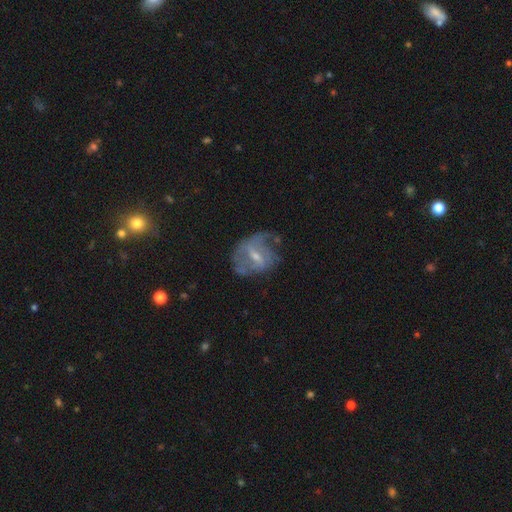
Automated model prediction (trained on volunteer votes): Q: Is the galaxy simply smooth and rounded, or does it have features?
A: featured or disk — 69%.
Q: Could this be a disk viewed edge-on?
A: no — 96%.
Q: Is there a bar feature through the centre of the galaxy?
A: weak — 51%.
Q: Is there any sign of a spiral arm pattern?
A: yes — 63%.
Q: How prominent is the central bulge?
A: small — 53%.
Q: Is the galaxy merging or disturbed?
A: none — 42%.